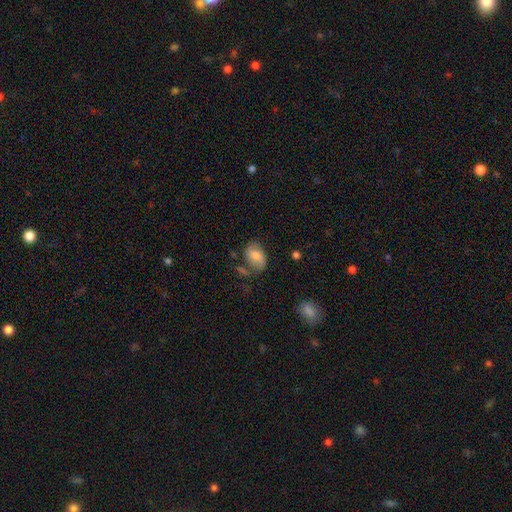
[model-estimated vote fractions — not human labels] Smooth or featured: smooth — 54% (featured or disk — 38%)
How rounded: in between — 82% (round — 16%)
Merging: none — 52% (minor disturbance — 26%)